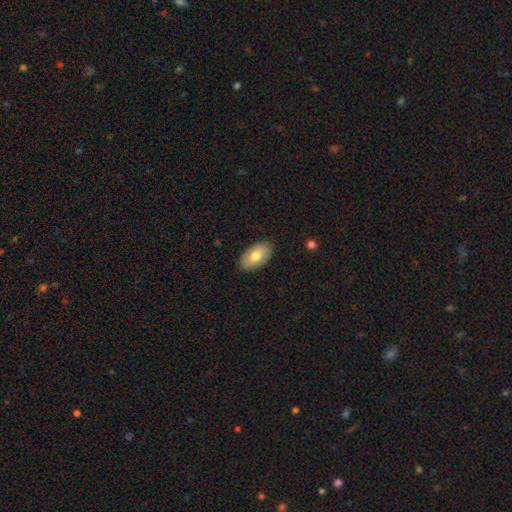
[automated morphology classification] type=smooth (74%); roundness=in between (94%); merging=none (87%).